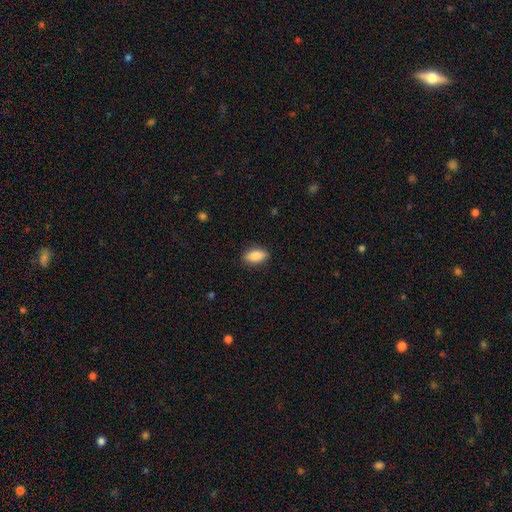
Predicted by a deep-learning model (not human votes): Smooth or featured? Predicted: smooth (p=0.88). How rounded? Predicted: in between (p=0.89). Merging? Predicted: none (p=0.87).